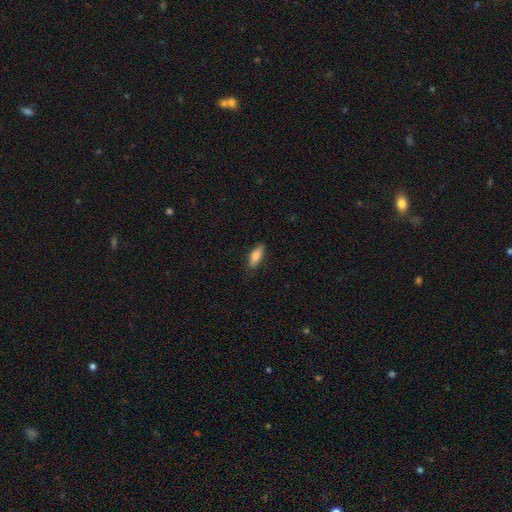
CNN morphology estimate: Smooth or featured: smooth — 82% (featured or disk — 12%)
How rounded: in between — 70% (cigar-shaped — 28%)
Merging: none — 81% (minor disturbance — 15%)